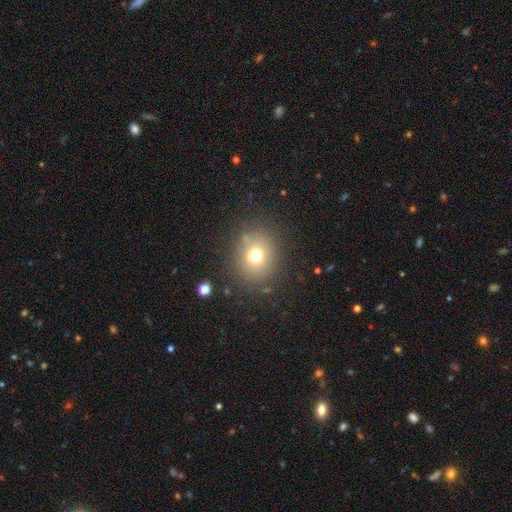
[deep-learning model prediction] smooth-or-featured: smooth: 70% | star or artifact: 17% | featured or disk: 13%
  how-rounded: round: 74% | in between: 25% | cigar-shaped: 1%
  merging: none: 82% | minor disturbance: 10% | major disturbance: 5% | merger: 3%